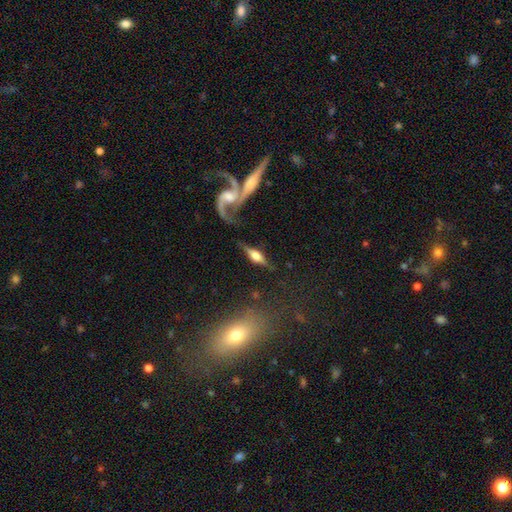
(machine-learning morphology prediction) This appears to be a featured or disk galaxy (72%) viewed edge-on (85%) with a rounded central bulge (89%). Merging: none (66%).